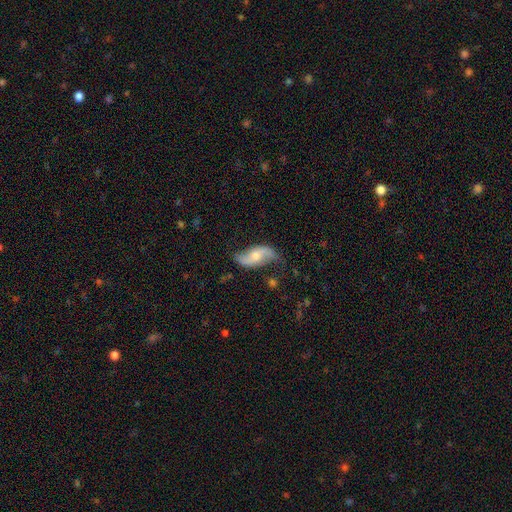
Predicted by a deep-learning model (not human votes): smooth_or_featured: featured or disk (p=0.74) [alt: smooth p=0.20]
disk_edge_on: no (p=0.93) [alt: yes p=0.07]
bar: no (p=0.60) [alt: weak p=0.31]
has_spiral_arms: yes (p=0.91) [alt: no p=0.09]
spiral_winding: loose (p=0.83) [alt: medium p=0.13]
spiral_arm_count: 2 (p=0.92) [alt: can't tell p=0.03]
bulge_size: moderate (p=0.59) [alt: small p=0.32]
merging: none (p=0.70) [alt: minor disturbance p=0.21]